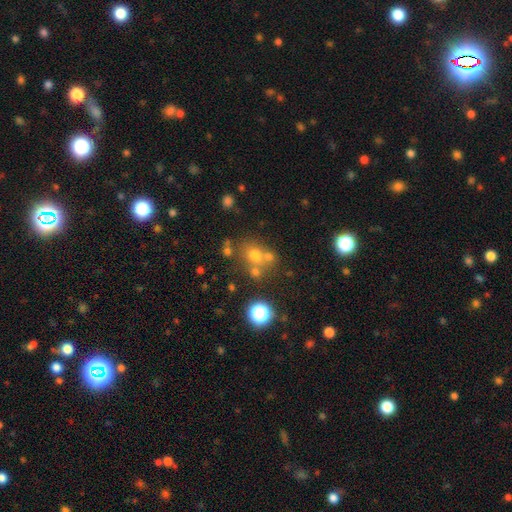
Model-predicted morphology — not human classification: smooth_or_featured: smooth (p=0.61) [alt: star or artifact p=0.25]
how_rounded: round (p=0.77) [alt: in between p=0.22]
merging: none (p=0.55) [alt: merger p=0.30]